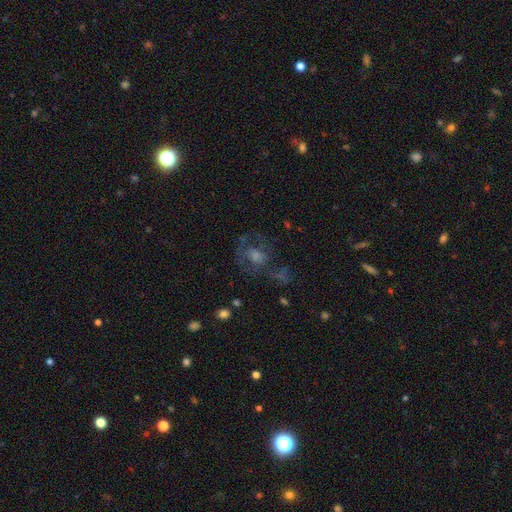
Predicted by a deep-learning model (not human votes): The model was most divided on "spiral arms": yes: 55%, no: 45%. Remaining: edge-on disk — no (96%); bar — no (73%); merging — none (59%); smooth or featured — featured or disk (53%); bulge size — moderate (45%).